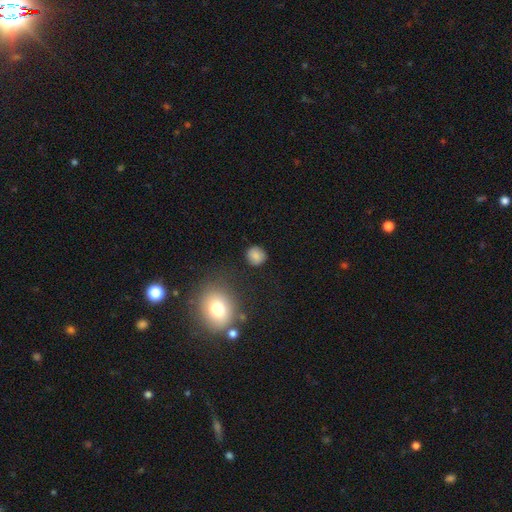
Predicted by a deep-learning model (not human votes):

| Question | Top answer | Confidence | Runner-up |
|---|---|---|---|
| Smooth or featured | smooth | 82% | star or artifact (11%) |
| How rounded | round | 83% | in between (16%) |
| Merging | none | 84% | minor disturbance (10%) |